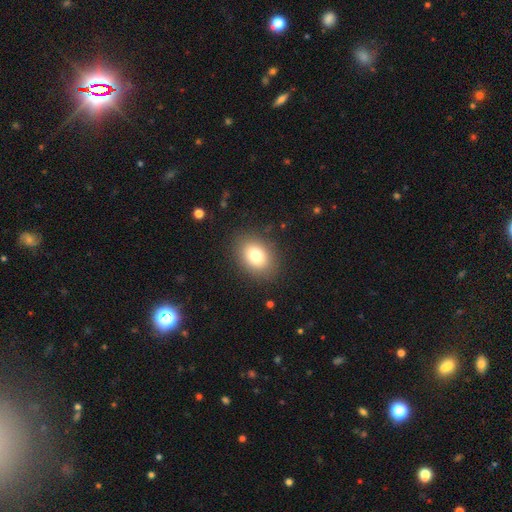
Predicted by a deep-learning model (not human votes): Overall: smooth (80%). How rounded: in between (70%). Merging: none (86%).